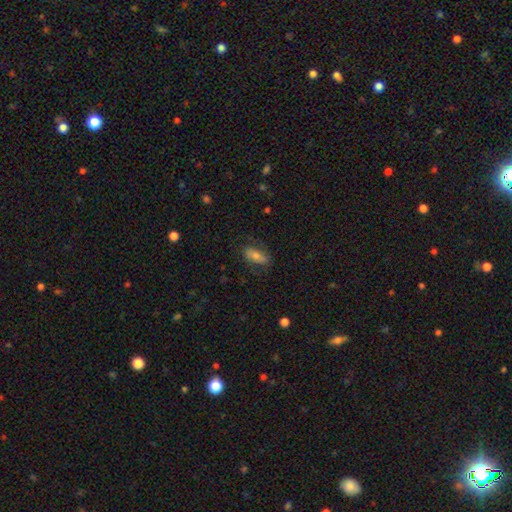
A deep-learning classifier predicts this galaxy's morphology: This appears to be a smooth galaxy with no disk features (61%) that is in between round and cigar-shaped (81%). Merging: none (75%).